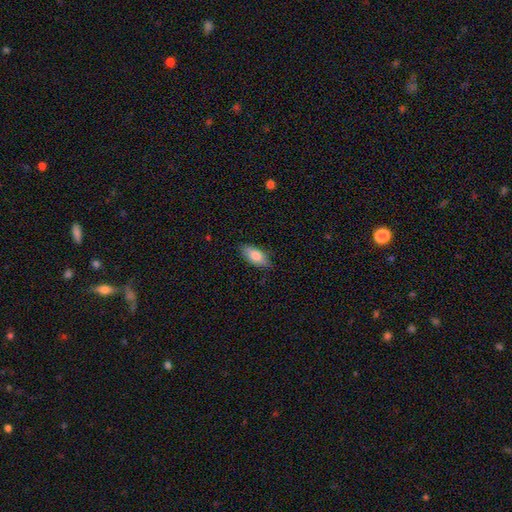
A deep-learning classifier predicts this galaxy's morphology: A smooth galaxy with no disk features (79%) that is in between round and cigar-shaped (84%). Merging: none (82%).